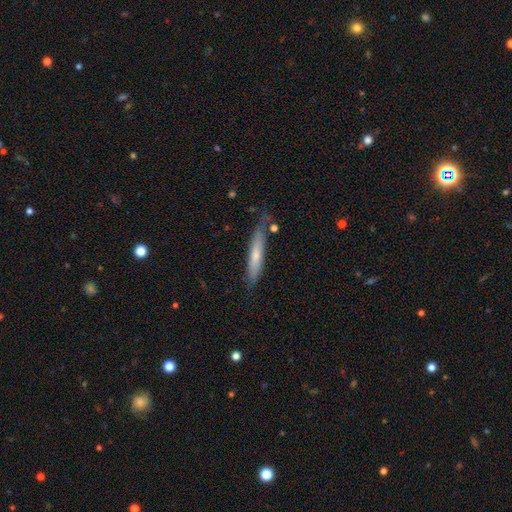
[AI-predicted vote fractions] This is possibly a smooth galaxy (60%). How rounded: clearly cigar-shaped (90%). Merging: likely none (74%).